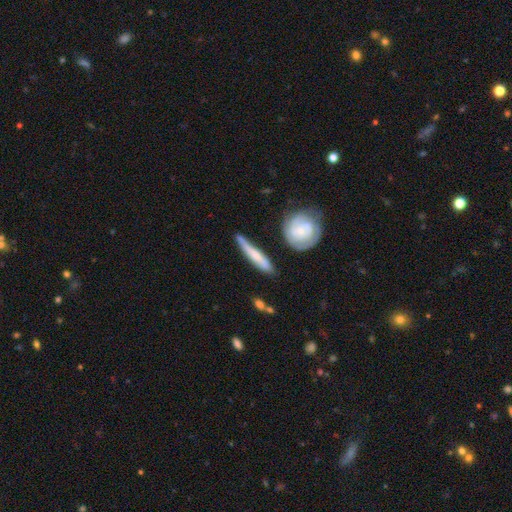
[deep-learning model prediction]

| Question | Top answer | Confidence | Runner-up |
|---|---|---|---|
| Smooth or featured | featured or disk | 48% | smooth (47%) |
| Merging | none | 65% | minor disturbance (23%) |